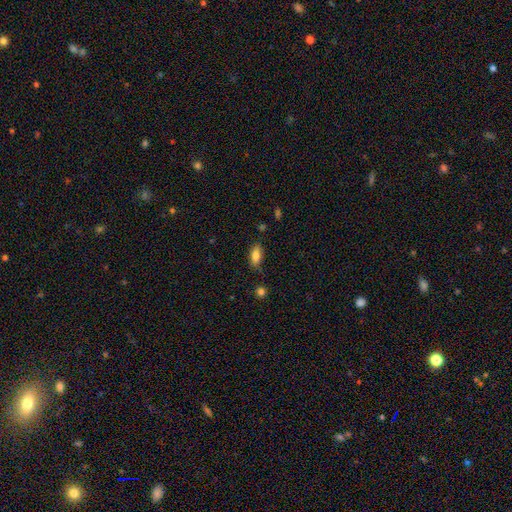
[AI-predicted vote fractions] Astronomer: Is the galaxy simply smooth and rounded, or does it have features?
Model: smooth — 81%.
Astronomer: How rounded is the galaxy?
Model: in between — 81%.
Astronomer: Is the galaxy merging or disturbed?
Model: none — 76%.